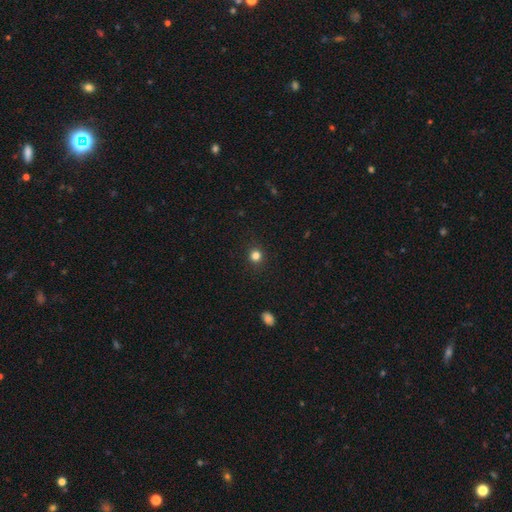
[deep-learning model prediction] smooth-or-featured: smooth: 81% | star or artifact: 14% | featured or disk: 4%
  how-rounded: round: 92% | in between: 7% | cigar-shaped: 1%
  merging: none: 91% | minor disturbance: 6% | major disturbance: 2% | merger: 1%